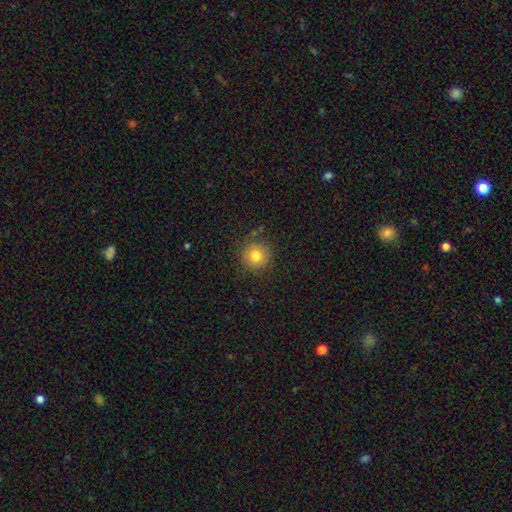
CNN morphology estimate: type=smooth (80%); roundness=round (94%); merging=none (84%).